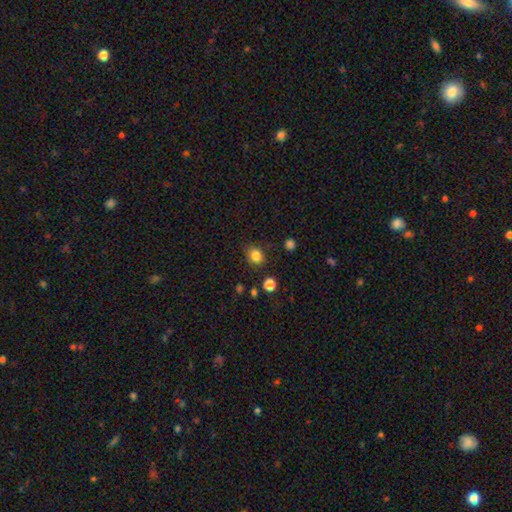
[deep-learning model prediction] smooth 83%, star or artifact 12%, featured or disk 5%. Down the decision tree: how rounded — round (66%); merging — none (79%).